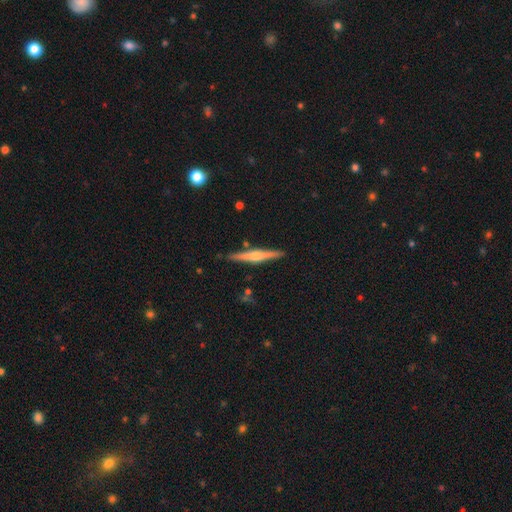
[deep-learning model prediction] Smooth or featured: featured or disk — 63% (smooth — 31%)
Edge-on disk: yes — 98% (no — 2%)
Edge-on bulge: rounded — 82% (none — 10%)
Merging: none — 88% (minor disturbance — 8%)